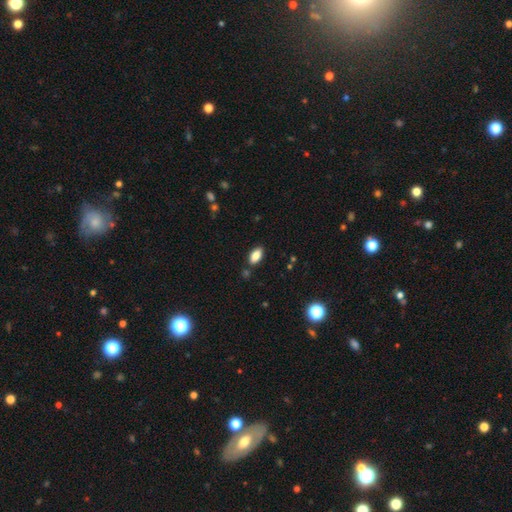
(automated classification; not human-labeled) Smooth or featured? Predicted: smooth (p=0.84). How rounded? Predicted: in between (p=0.90). Merging? Predicted: none (p=0.85).